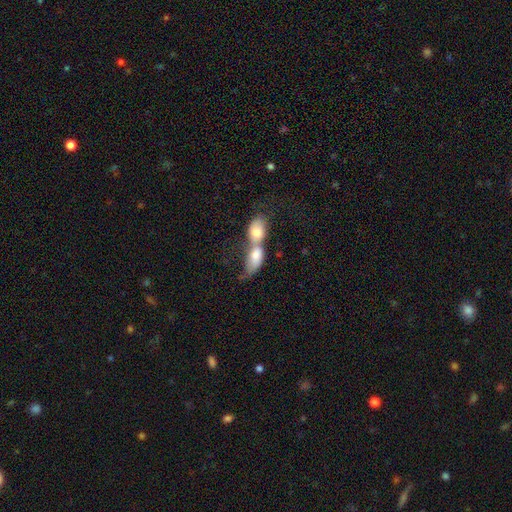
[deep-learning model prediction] A smooth galaxy with no disk features (74%) that is in between round and cigar-shaped (82%).

Vote fractions:
- Smooth or featured? smooth: 74% / featured or disk: 19% / star or artifact: 7%
- How rounded? in between: 82% / round: 10% / cigar-shaped: 8%
- Merging? merger: 82% / none: 9% / major disturbance: 5% / minor disturbance: 5%